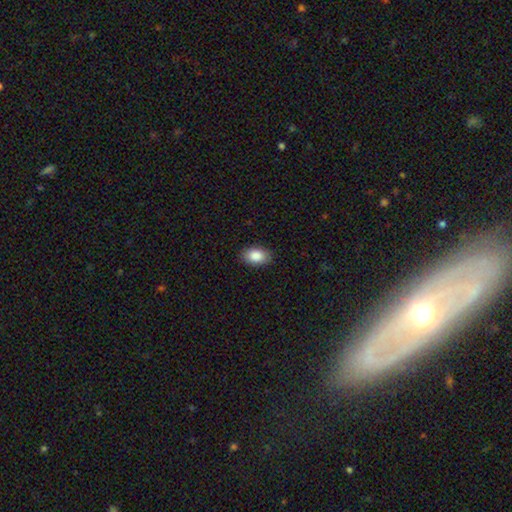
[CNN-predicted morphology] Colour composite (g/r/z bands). It shows a smooth galaxy with no disk features (88%) that is in between round and cigar-shaped (89%). Merging: none (88%).